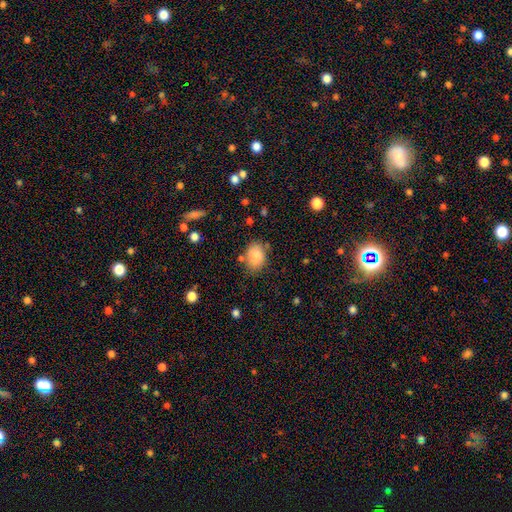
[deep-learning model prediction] A smooth galaxy with no disk features (84%) that is in between round and cigar-shaped (73%).

Vote fractions:
- Smooth or featured? smooth: 84% / star or artifact: 8% / featured or disk: 8%
- How rounded? in between: 73% / round: 26% / cigar-shaped: 1%
- Merging? none: 72% / minor disturbance: 17% / merger: 6% / major disturbance: 5%